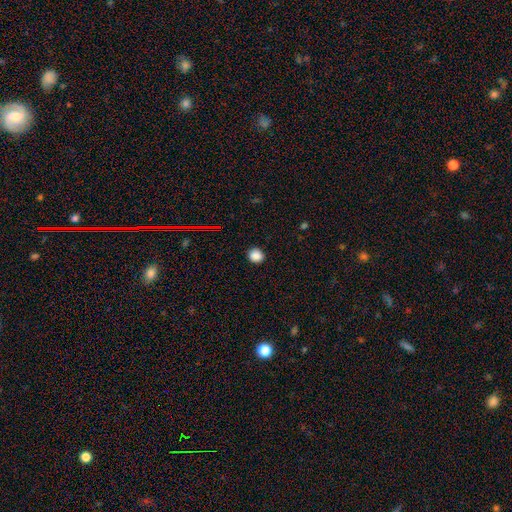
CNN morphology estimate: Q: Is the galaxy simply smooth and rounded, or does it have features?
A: smooth — 85%.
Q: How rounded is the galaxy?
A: round — 87%.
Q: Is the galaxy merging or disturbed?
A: none — 91%.